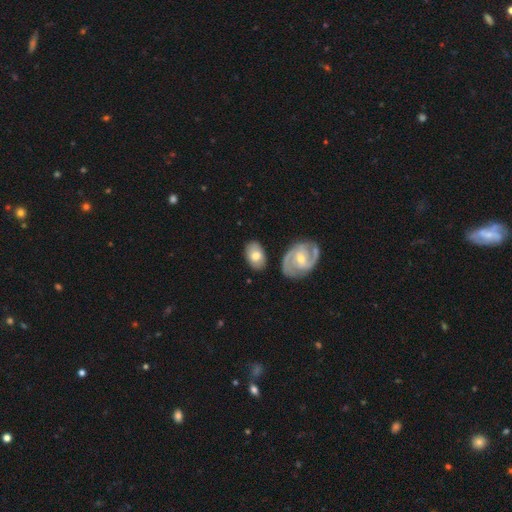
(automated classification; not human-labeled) smooth_or_featured: smooth (p=0.60) [alt: featured or disk p=0.35]
how_rounded: in between (p=0.86) [alt: round p=0.13]
merging: none (p=0.73) [alt: minor disturbance p=0.16]